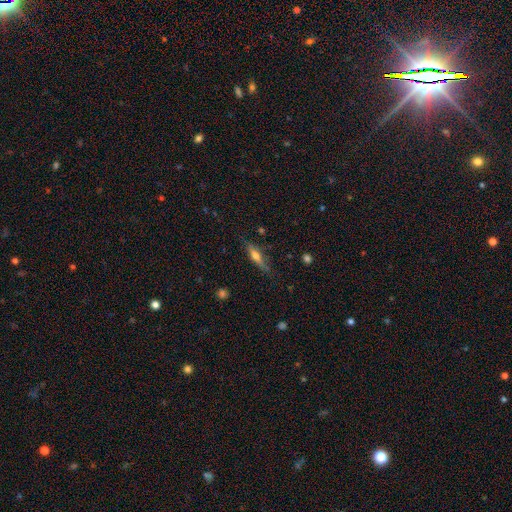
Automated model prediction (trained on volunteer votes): smooth_or_featured: smooth (p=0.46) [tied with: featured or disk p=0.46]
merging: none (p=0.79) [alt: minor disturbance p=0.15]